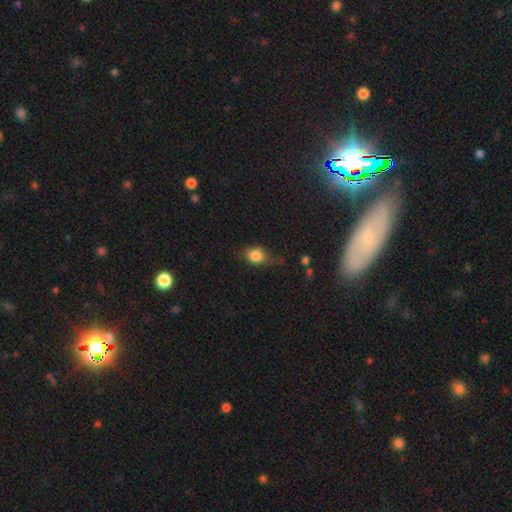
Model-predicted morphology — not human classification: smooth 82%, star or artifact 9%, featured or disk 9%. Down the decision tree: how rounded — in between (67%); merging — none (57%).